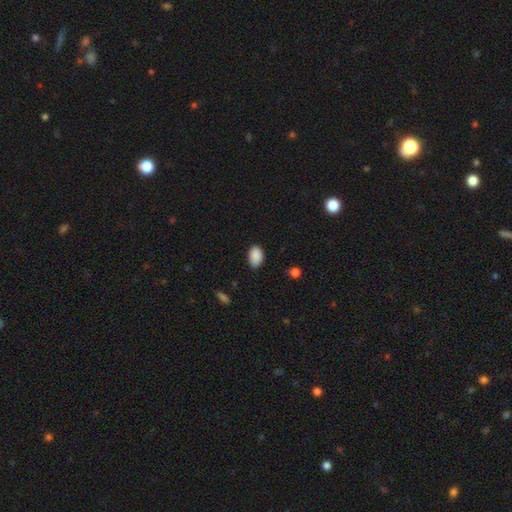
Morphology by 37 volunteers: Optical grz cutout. It shows a smooth galaxy with no disk features (95%) that is in between round and cigar-shaped (94%). Merging: none (89%).